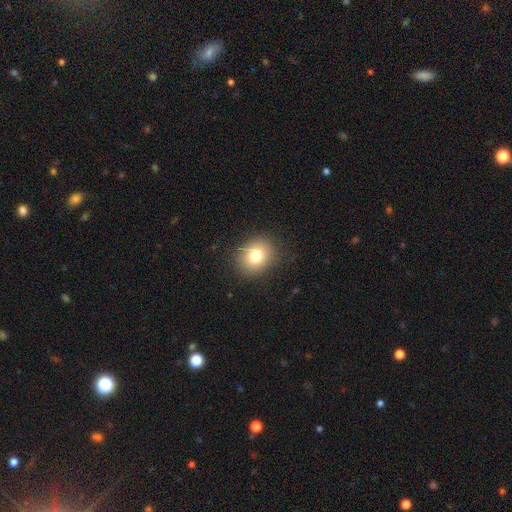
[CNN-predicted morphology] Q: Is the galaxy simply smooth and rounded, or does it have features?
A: smooth — 79%.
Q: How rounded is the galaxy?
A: round — 61%.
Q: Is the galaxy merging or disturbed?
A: none — 87%.